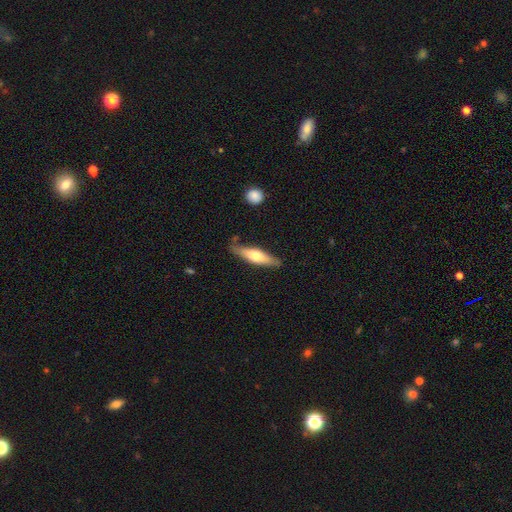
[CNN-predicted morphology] The model was most divided on "smooth or featured": smooth: 50%, featured or disk: 45%, star or artifact: 5%. More confident: merging — none (79%).